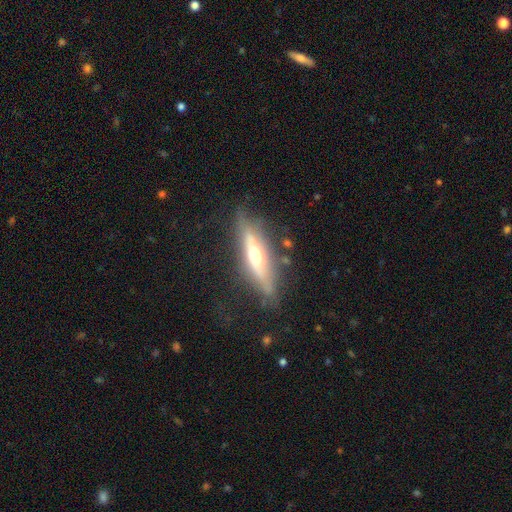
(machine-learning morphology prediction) Smooth or featured? featured or disk (63%)
Edge-on disk? yes (79%)
Merging? none (71%)